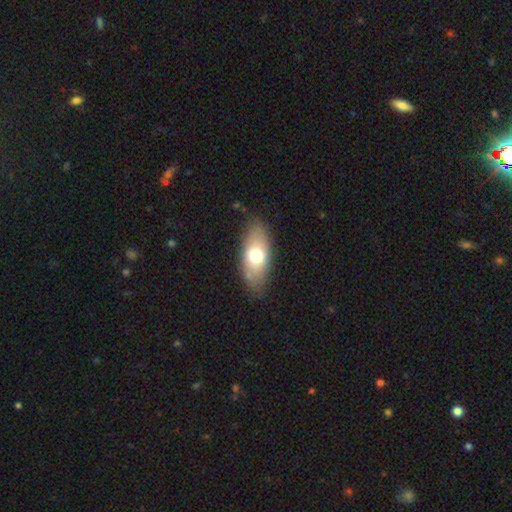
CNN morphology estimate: A smooth galaxy with no disk features (71%) that is in between round and cigar-shaped (85%).

Vote fractions:
- Smooth or featured? smooth: 71% / featured or disk: 22% / star or artifact: 7%
- How rounded? in between: 85% / cigar-shaped: 11% / round: 4%
- Merging? none: 81% / minor disturbance: 14% / major disturbance: 4% / merger: 1%